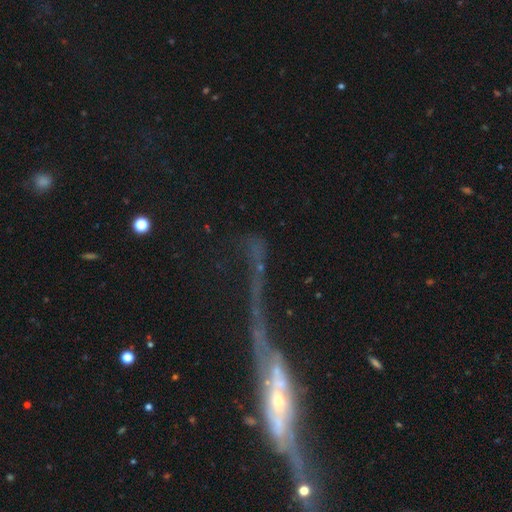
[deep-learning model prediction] Smooth or featured?
  - featured or disk: 51% *
  - star or artifact: 27%
  - smooth: 21%
Edge-on disk?
  - no: 67% *
  - yes: 33%
Merging?
  - major disturbance: 38% *
  - merger: 27%
  - none: 24%
  - minor disturbance: 11%